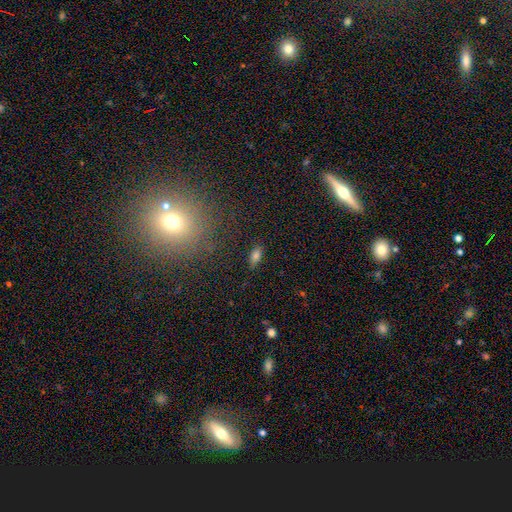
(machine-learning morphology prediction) smooth_or_featured: smooth (p=0.78) [alt: star or artifact p=0.12]
how_rounded: in between (p=0.87) [alt: cigar-shaped p=0.08]
merging: none (p=0.85) [alt: minor disturbance p=0.11]